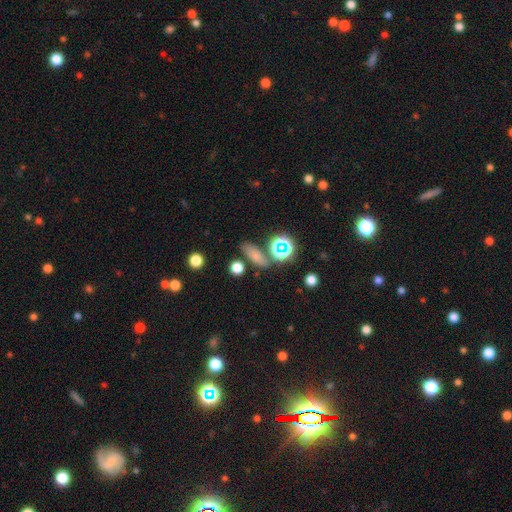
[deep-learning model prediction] Smooth or featured? Predicted: smooth (p=0.68). How rounded? Predicted: in between (p=0.58). Merging? Predicted: none (p=0.75).